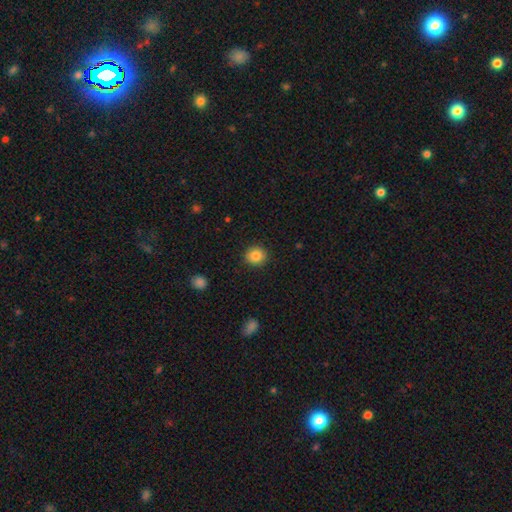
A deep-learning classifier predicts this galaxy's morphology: Q: Smooth or featured?
A: smooth (85%); runner-up: star or artifact (9%)
Q: How rounded?
A: round (87%); runner-up: in between (12%)
Q: Merging?
A: none (91%); runner-up: minor disturbance (6%)